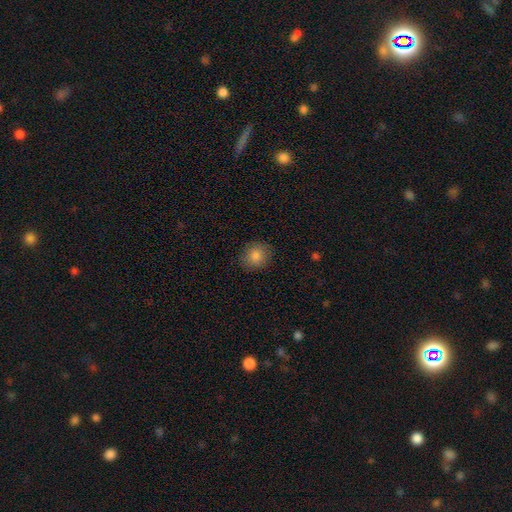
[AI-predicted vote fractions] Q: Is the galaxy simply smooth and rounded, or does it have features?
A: smooth — 84%.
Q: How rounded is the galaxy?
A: round — 67%.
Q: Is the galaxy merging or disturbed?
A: none — 87%.